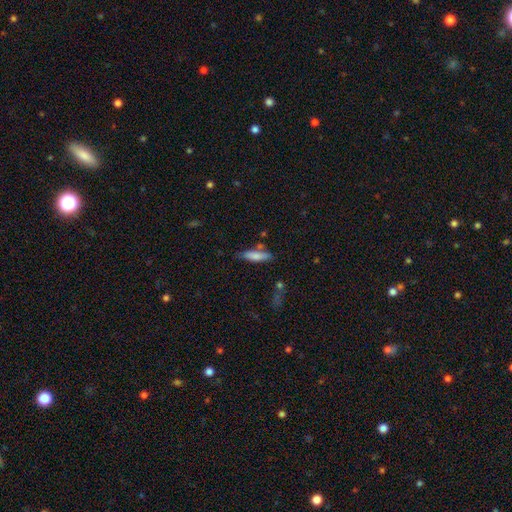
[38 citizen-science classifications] A smooth galaxy with no disk features (76%) that is in between round and cigar-shaped (52%).

Vote fractions:
- Smooth or featured? smooth: 76% / featured or disk: 18% / star or artifact: 5%
- How rounded? in between: 52% / cigar-shaped: 48% / round: 0%
- Merging? none: 61% / minor disturbance: 31% / merger: 6% / major disturbance: 3%